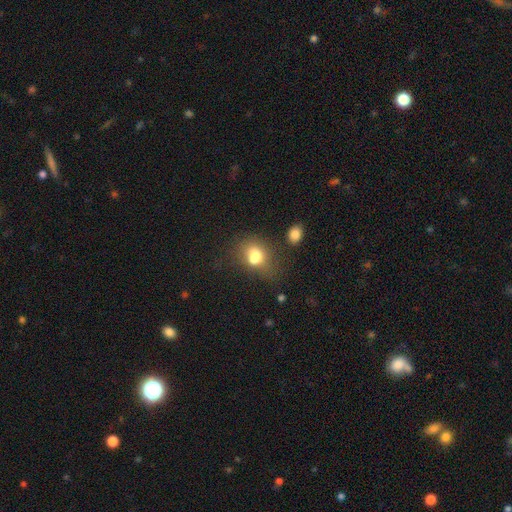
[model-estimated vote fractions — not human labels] This appears to be a smooth galaxy with no disk features (71%) that is in between round and cigar-shaped (57%). Merging: none (37%).